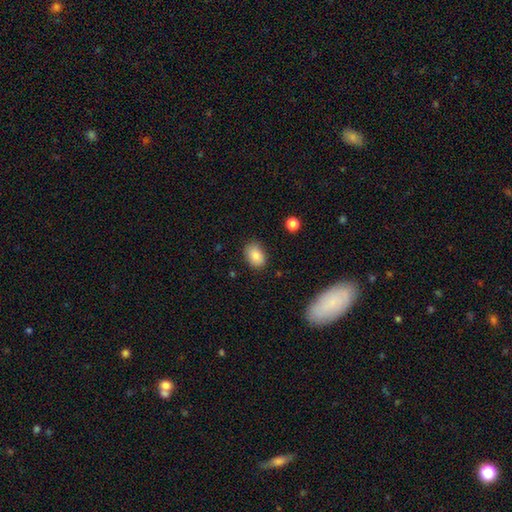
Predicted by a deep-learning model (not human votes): Smooth or featured: smooth — 84% (star or artifact — 9%)
How rounded: in between — 77% (round — 21%)
Merging: none — 80% (minor disturbance — 15%)